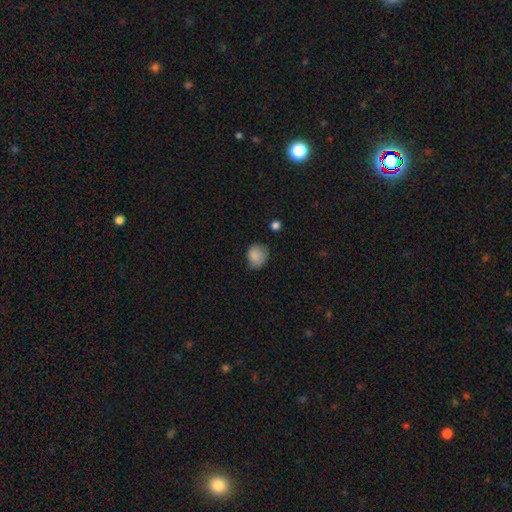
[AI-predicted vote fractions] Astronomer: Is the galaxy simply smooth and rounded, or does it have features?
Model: smooth — 86%.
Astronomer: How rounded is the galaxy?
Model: round — 69%.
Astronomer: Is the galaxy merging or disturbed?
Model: none — 66%.